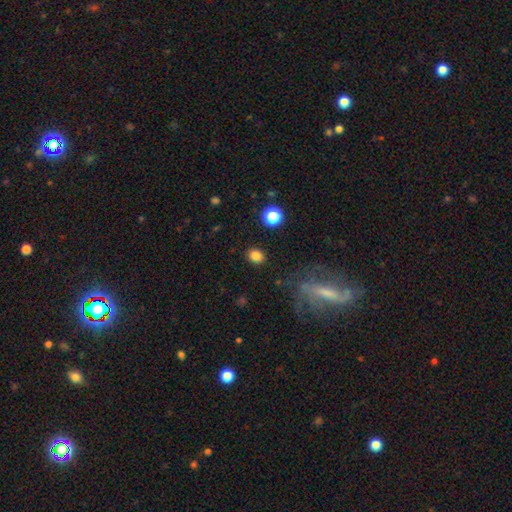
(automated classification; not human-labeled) A smooth galaxy with no disk features (83%) that is round (59%).

Vote fractions:
- Smooth or featured? smooth: 83% / star or artifact: 12% / featured or disk: 5%
- How rounded? round: 59% / in between: 40% / cigar-shaped: 1%
- Merging? none: 88% / minor disturbance: 8% / major disturbance: 3% / merger: 2%